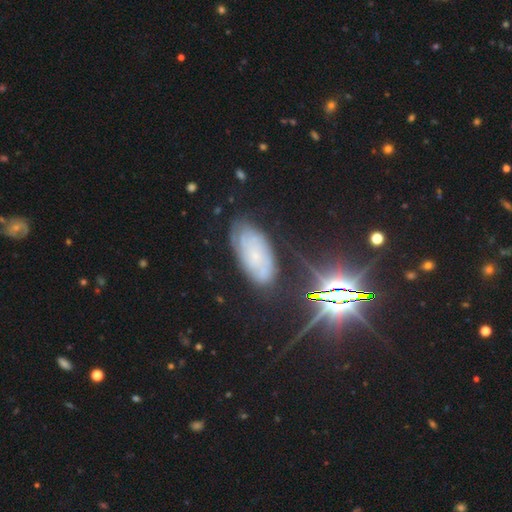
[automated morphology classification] Smooth or featured: featured or disk — 56% (smooth — 25%)
Edge-on disk: no — 90% (yes — 10%)
Bar: no — 78% (weak — 18%)
Spiral arms: yes — 84% (no — 16%)
Bulge size: small — 78% (moderate — 11%)
Merging: none — 74% (minor disturbance — 18%)